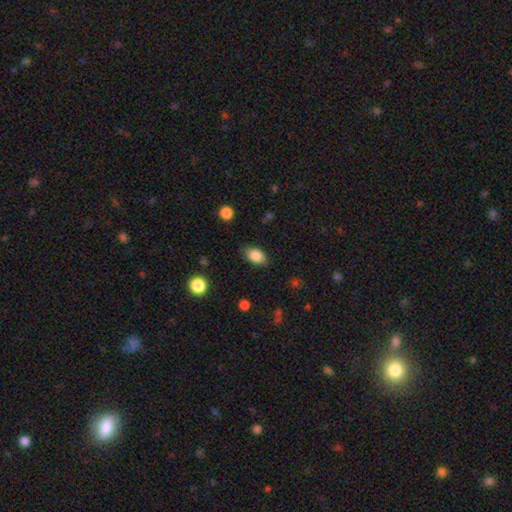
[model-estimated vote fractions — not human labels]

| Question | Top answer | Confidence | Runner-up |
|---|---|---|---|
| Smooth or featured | smooth | 85% | star or artifact (8%) |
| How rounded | in between | 88% | round (10%) |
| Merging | none | 83% | minor disturbance (12%) |